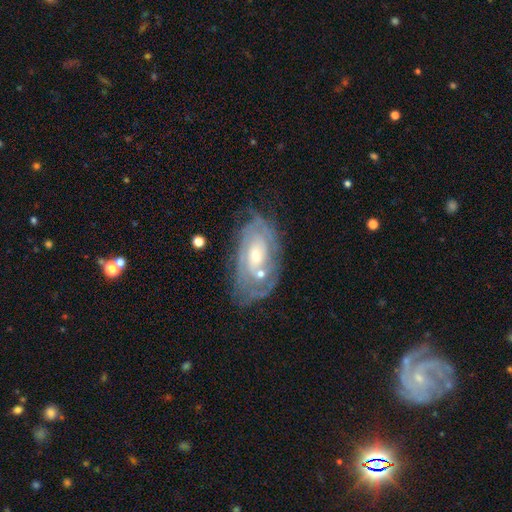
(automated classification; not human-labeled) Smooth or featured? Predicted: featured or disk (p=0.78). Edge-on disk? Predicted: no (p=0.93). Bar? Predicted: no (p=0.70). Spiral arms? Predicted: yes (p=0.82). Spiral winding? Predicted: tight (p=0.73). Spiral arm count? Predicted: can't tell (p=0.57). Bulge size? Predicted: small (p=0.55). Merging? Predicted: none (p=0.60).